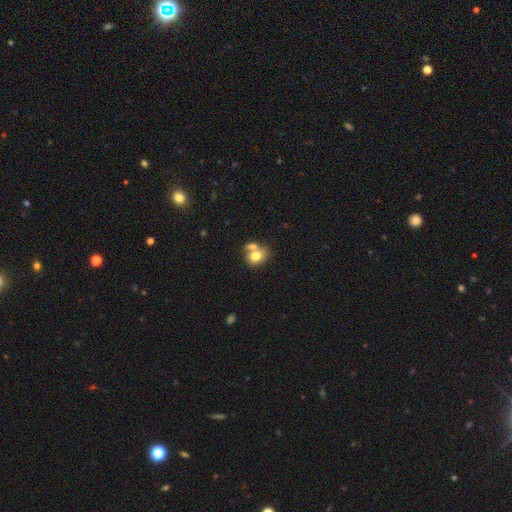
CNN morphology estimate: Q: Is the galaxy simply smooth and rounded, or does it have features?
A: smooth — 75%.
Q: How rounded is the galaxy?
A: in between — 51%.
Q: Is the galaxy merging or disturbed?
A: merger — 51%.